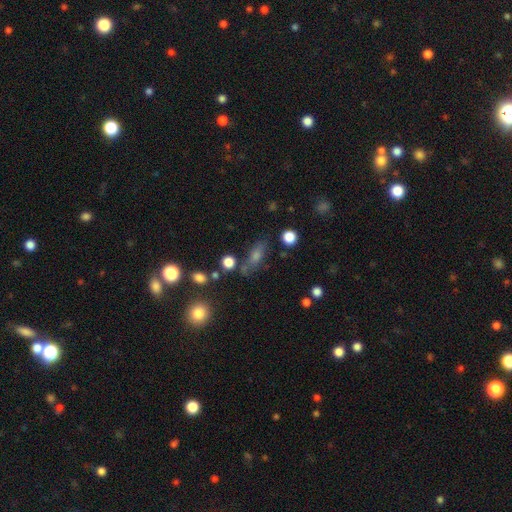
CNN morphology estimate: smooth-or-featured: smooth: 57% | featured or disk: 22% | star or artifact: 21%
  how-rounded: in between: 61% | cigar-shaped: 25% | round: 14%
  merging: none: 69% | minor disturbance: 16% | merger: 7% | major disturbance: 7%